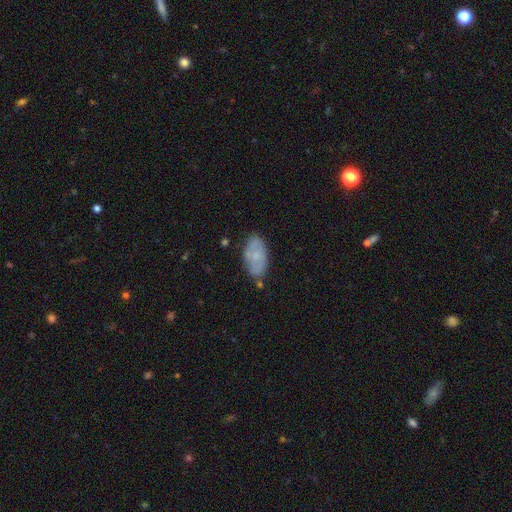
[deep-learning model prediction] Morphology: type=smooth (57%); roundness=in between (93%); merging=none (72%).